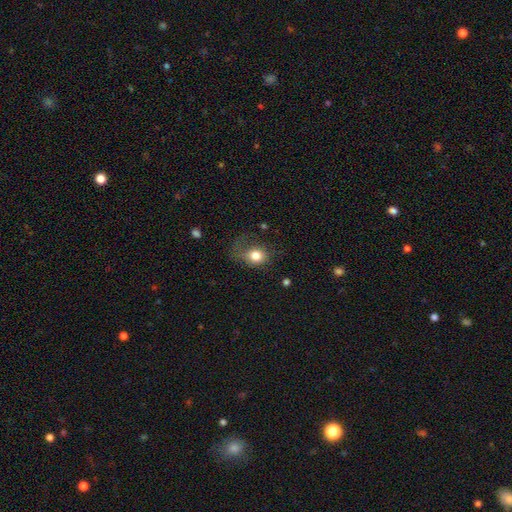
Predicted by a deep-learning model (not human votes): Smooth or featured?
  - smooth: 78% *
  - featured or disk: 12%
  - star or artifact: 10%
How rounded?
  - round: 62% *
  - in between: 37%
  - cigar-shaped: 1%
Merging?
  - none: 40% *
  - major disturbance: 31%
  - minor disturbance: 26%
  - merger: 2%